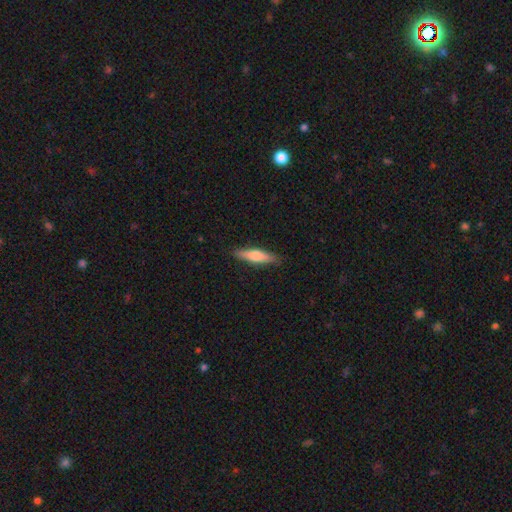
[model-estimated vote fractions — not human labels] This appears to be a smooth galaxy with no disk features (66%) that is cigar-shaped (74%). Merging: none (87%).